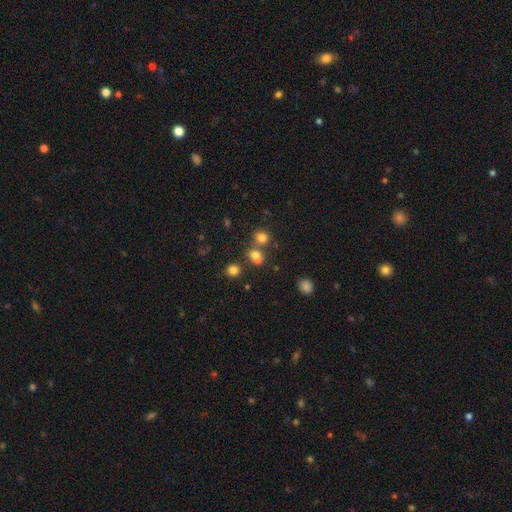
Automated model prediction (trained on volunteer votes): smooth_or_featured: smooth (p=0.72) [alt: star or artifact p=0.19]
how_rounded: round (p=0.76) [alt: in between p=0.23]
merging: none (p=0.53) [alt: merger p=0.35]